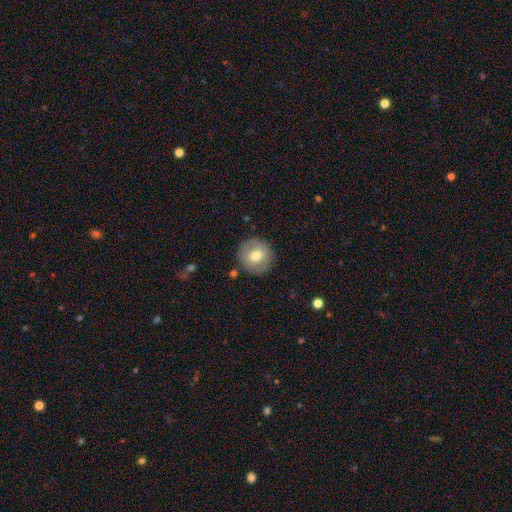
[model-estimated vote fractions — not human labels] Smooth or featured? smooth (66%)
How rounded? round (92%)
Merging? none (85%)